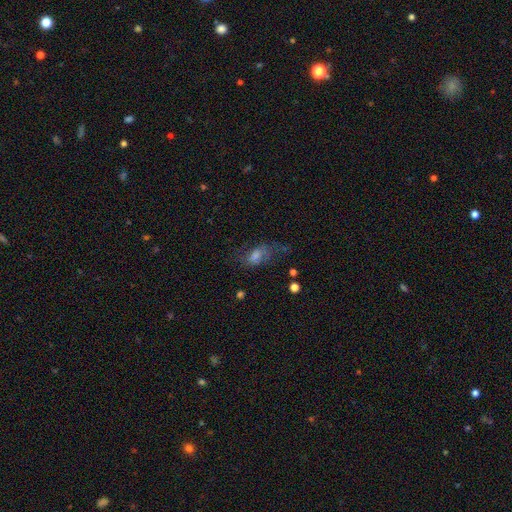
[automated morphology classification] smooth 45%, featured or disk 37%, star or artifact 19%. Down the decision tree: merging — none (46%).